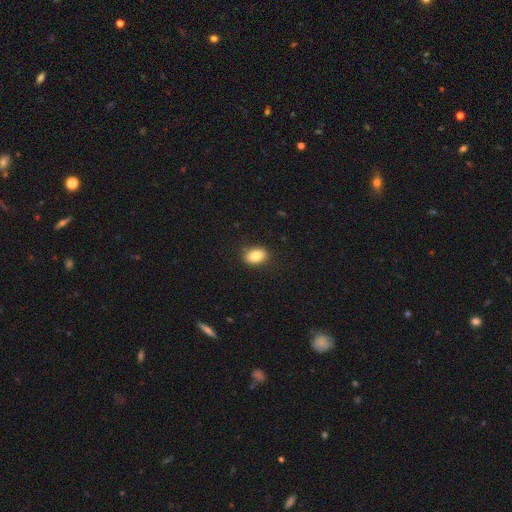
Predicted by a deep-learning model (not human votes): Q: Smooth or featured?
A: smooth (85%); runner-up: star or artifact (8%)
Q: How rounded?
A: in between (79%); runner-up: round (20%)
Q: Merging?
A: none (86%); runner-up: minor disturbance (10%)